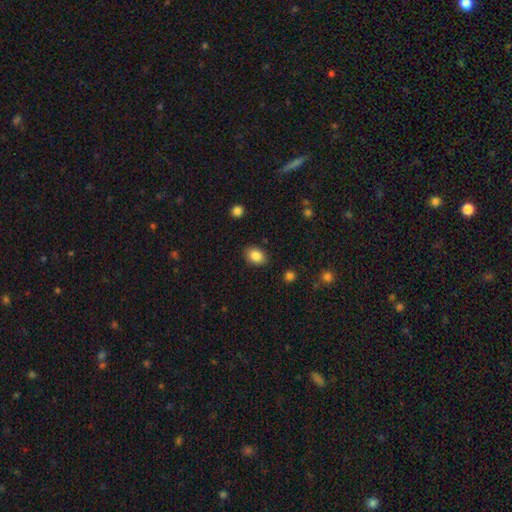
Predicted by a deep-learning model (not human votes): smooth_or_featured: smooth (p=0.86) [alt: star or artifact p=0.08]
how_rounded: in between (p=0.73) [alt: round p=0.26]
merging: none (p=0.86) [alt: minor disturbance p=0.10]